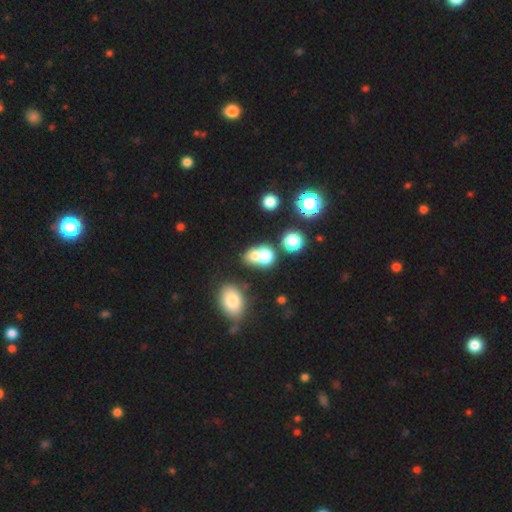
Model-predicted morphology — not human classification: Overall: smooth (70%). How rounded: round (56%; in between 43%). Merging: merger (56%; none 32%).